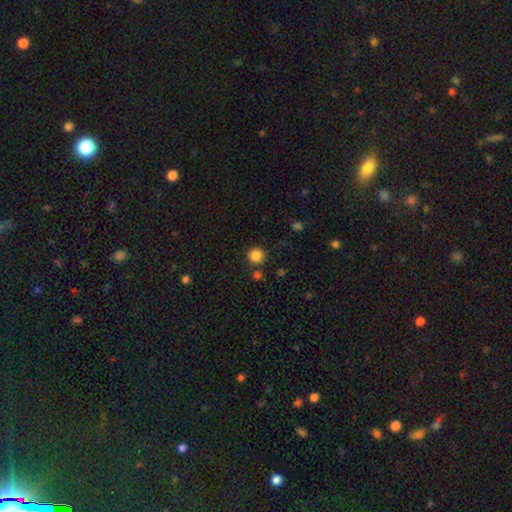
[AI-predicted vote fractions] Overall: smooth (85%). How rounded: round (94%). Merging: none (85%).